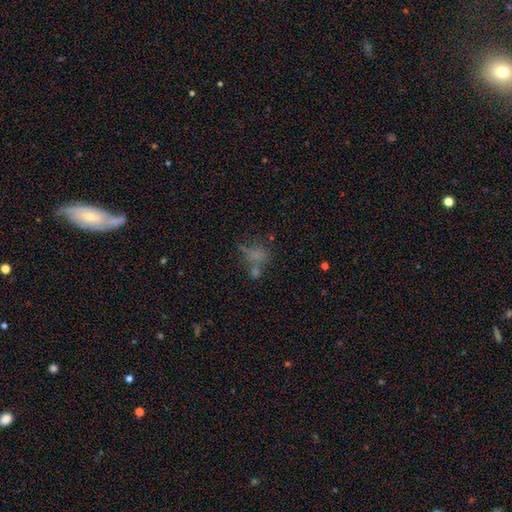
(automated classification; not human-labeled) A smooth galaxy with no disk features (53%) that is in between round and cigar-shaped (50%).

Vote fractions:
- Smooth or featured? smooth: 53% / star or artifact: 26% / featured or disk: 21%
- How rounded? in between: 50% / round: 45% / cigar-shaped: 5%
- Merging? none: 42% / merger: 23% / major disturbance: 18% / minor disturbance: 16%